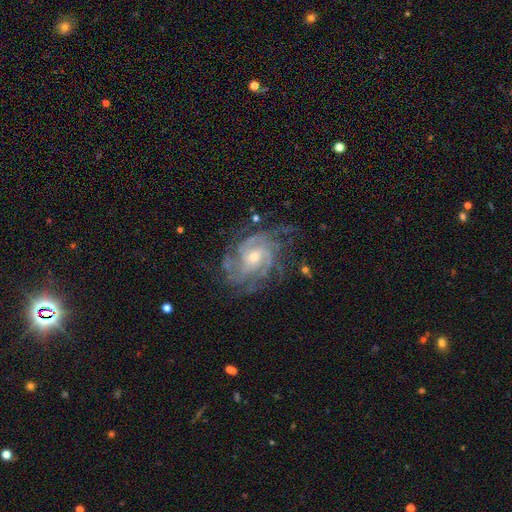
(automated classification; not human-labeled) Smooth or featured?
  - featured or disk: 85% *
  - star or artifact: 8%
  - smooth: 6%
Edge-on disk?
  - no: 97% *
  - yes: 3%
Bar?
  - no: 57% *
  - weak: 34%
  - strong: 9%
Spiral arms?
  - yes: 97% *
  - no: 3%
Spiral winding?
  - tight: 63% *
  - medium: 31%
  - loose: 6%
Spiral arm count?
  - can't tell: 29% *
  - 4: 20%
  - 3: 20%
  - 2: 14%
  - more than 4: 10%
  - 1: 7%
Bulge size?
  - moderate: 50% *
  - small: 45%
  - large: 3%
  - none: 1%
  - dominant: 1%
Merging?
  - none: 73% *
  - minor disturbance: 17%
  - major disturbance: 8%
  - merger: 2%